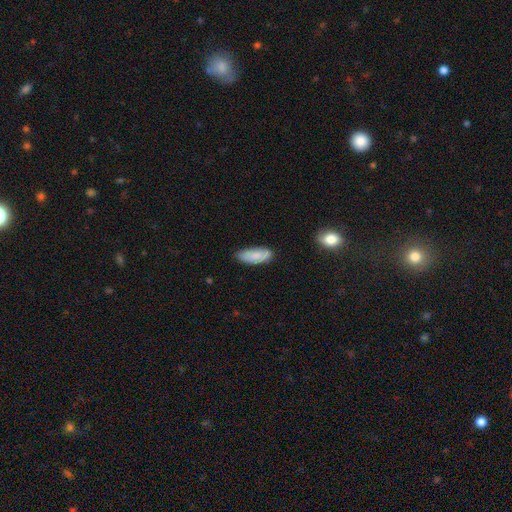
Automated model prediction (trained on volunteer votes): smooth-or-featured: smooth: 81% | featured or disk: 13% | star or artifact: 6%
  how-rounded: in between: 79% | cigar-shaped: 20% | round: 2%
  merging: none: 70% | minor disturbance: 25% | major disturbance: 4% | merger: 2%